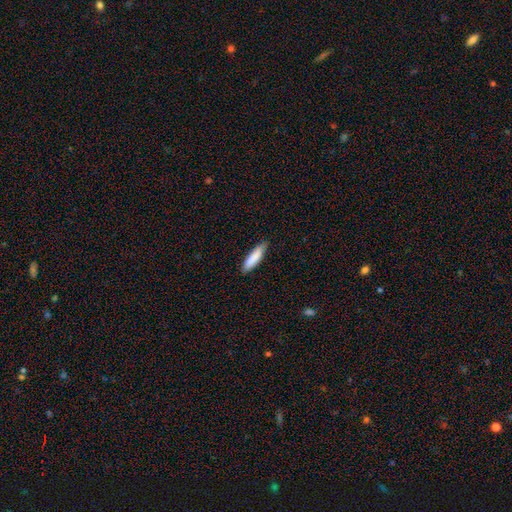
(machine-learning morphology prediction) The model was most divided on "how rounded": cigar-shaped: 72%, in between: 27%, round: 1%. More confident: smooth or featured — smooth (86%); merging — none (85%).